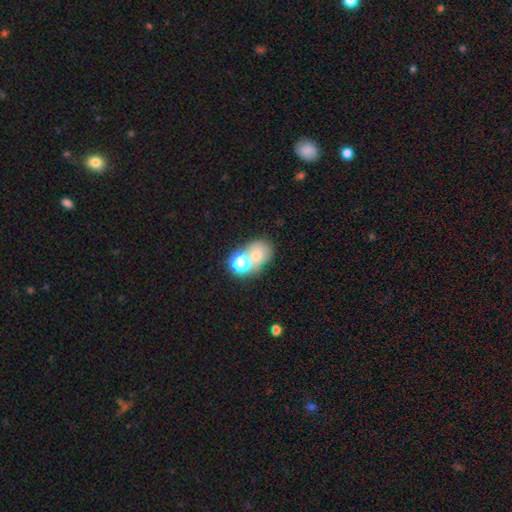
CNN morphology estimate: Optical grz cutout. It shows a smooth galaxy with no disk features (66%) that is round (54%). Merging: none (41%).